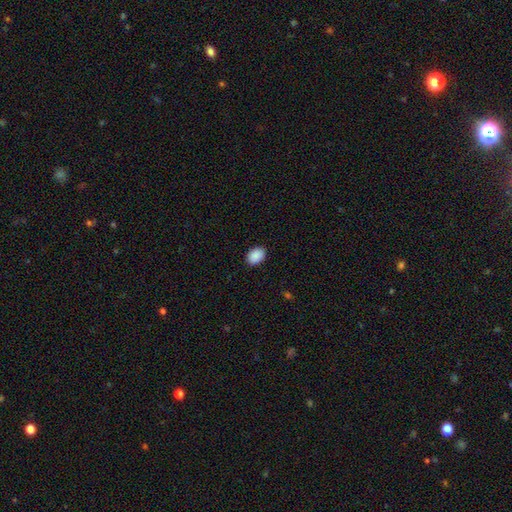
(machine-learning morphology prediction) The model was most divided on "how rounded": in between: 79%, round: 20%, cigar-shaped: 1%. More confident: smooth or featured — smooth (90%); merging — none (89%).